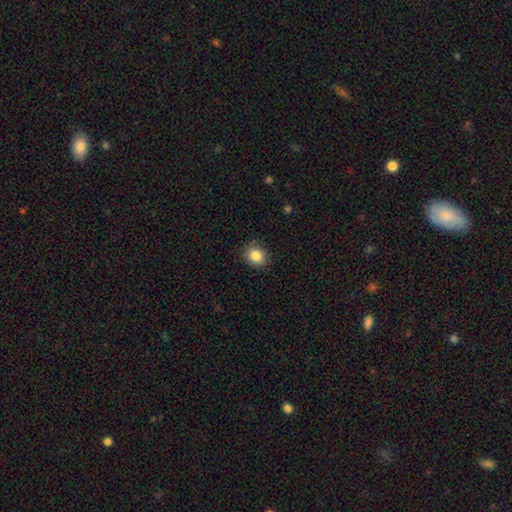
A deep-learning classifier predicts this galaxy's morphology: A smooth galaxy with no disk features (86%) that is round (67%).

Vote fractions:
- Smooth or featured? smooth: 86% / star or artifact: 9% / featured or disk: 5%
- How rounded? round: 67% / in between: 32% / cigar-shaped: 1%
- Merging? none: 84% / minor disturbance: 12% / major disturbance: 3% / merger: 1%